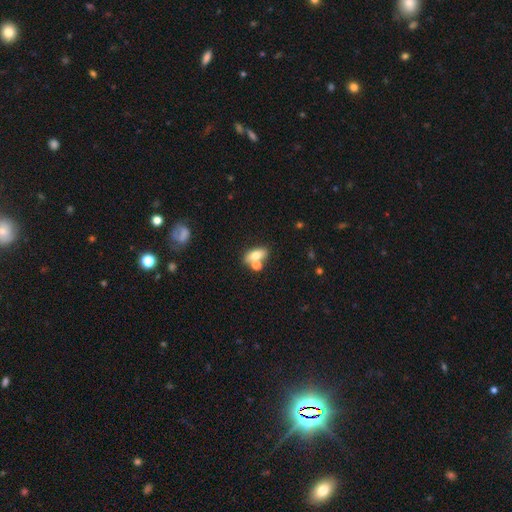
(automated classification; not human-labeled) Smooth or featured: smooth — 69% (featured or disk — 22%)
How rounded: in between — 81% (round — 11%)
Merging: none — 48% (merger — 37%)